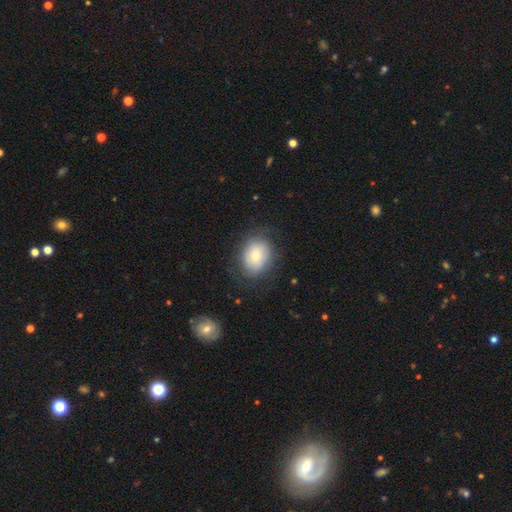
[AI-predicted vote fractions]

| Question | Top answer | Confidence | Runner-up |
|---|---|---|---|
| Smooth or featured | smooth | 66% | featured or disk (25%) |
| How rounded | in between | 55% | round (44%) |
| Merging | none | 71% | minor disturbance (19%) |